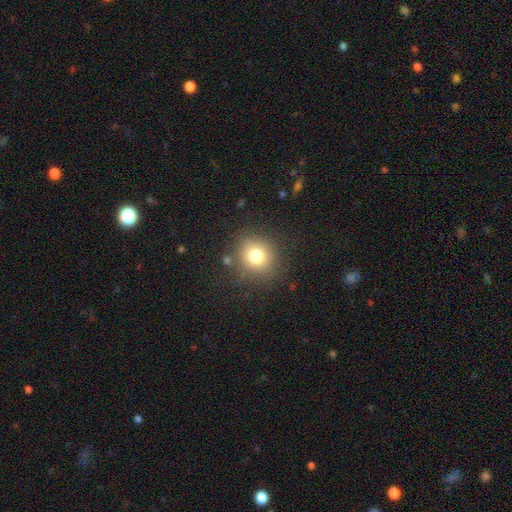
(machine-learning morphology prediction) smooth_or_featured: smooth (p=0.76) [alt: star or artifact p=0.14]
how_rounded: round (p=0.85) [alt: in between p=0.14]
merging: none (p=0.83) [alt: minor disturbance p=0.10]